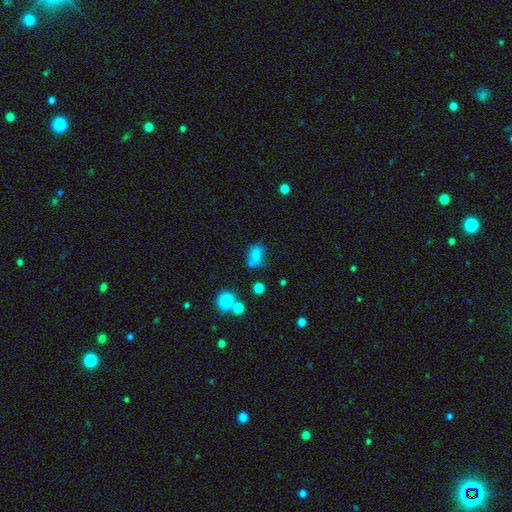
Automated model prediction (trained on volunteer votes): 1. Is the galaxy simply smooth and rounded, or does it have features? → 75% smooth, 15% star or artifact, 10% featured or disk.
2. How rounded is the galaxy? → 74% in between, 24% round, 3% cigar-shaped.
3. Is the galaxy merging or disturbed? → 48% none, 22% minor disturbance, 21% merger, 10% major disturbance.